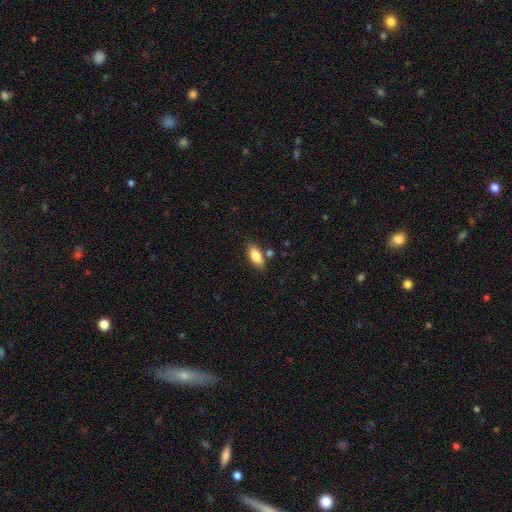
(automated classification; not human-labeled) Smooth or featured? smooth (82%)
How rounded? in between (88%)
Merging? none (75%)